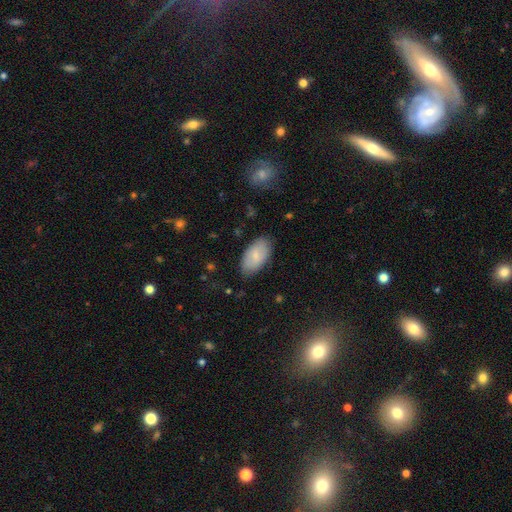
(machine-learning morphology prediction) Smooth or featured: smooth — 80% (featured or disk — 14%)
How rounded: in between — 95% (round — 3%)
Merging: none — 82% (minor disturbance — 14%)